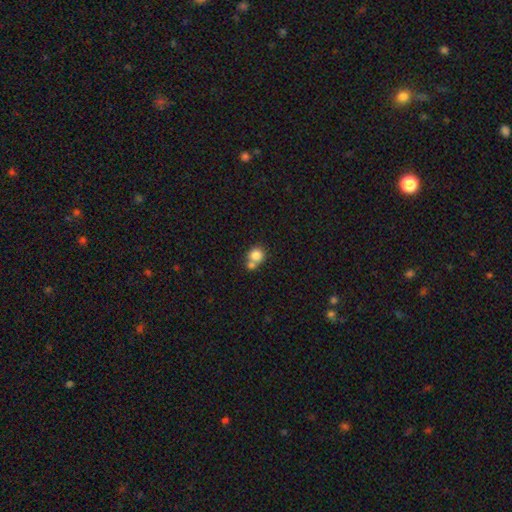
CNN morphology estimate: This appears to be a smooth galaxy with no disk features (81%) that is round (83%). Merging: merger (49%).